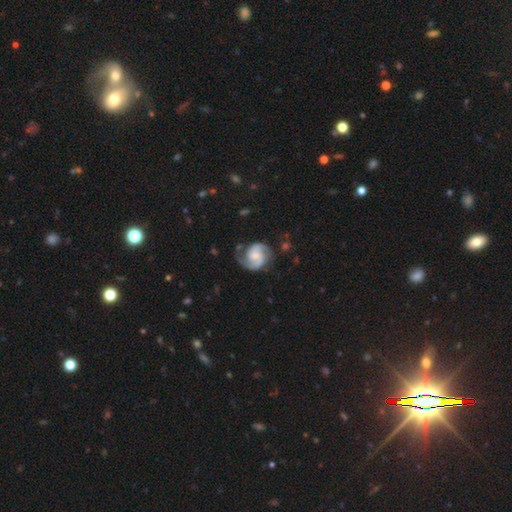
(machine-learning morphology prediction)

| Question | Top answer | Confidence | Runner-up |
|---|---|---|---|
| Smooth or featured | featured or disk | 85% | smooth (10%) |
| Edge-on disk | no | 98% | yes (2%) |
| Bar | no | 47% | weak (42%) |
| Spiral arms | yes | 97% | no (3%) |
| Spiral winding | medium | 52% | tight (27%) |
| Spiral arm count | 2 | 89% | 1 (4%) |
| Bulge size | small | 38% | moderate (30%) |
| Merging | none | 71% | minor disturbance (18%) |